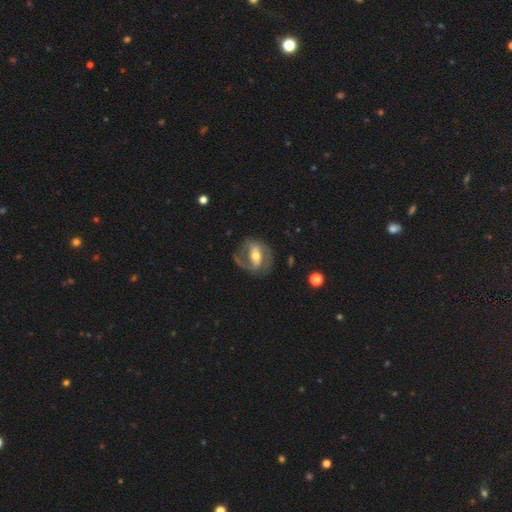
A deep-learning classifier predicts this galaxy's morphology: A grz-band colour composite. It shows a featured or disk galaxy (78%) with a strong bar (50%), 2 (78%) medium (47%) spiral arms (82%) and a moderate central bulge (67%). Merging: none (67%).